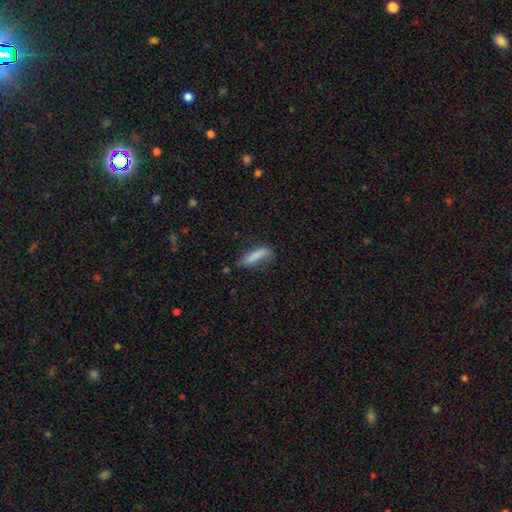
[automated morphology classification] This appears to be a smooth galaxy with no disk features (82%) that is cigar-shaped (59%). Merging: none (62%).